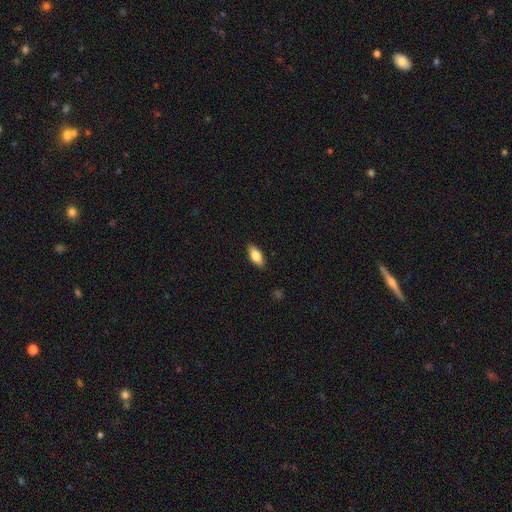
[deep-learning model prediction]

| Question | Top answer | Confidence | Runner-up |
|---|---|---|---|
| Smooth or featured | smooth | 82% | featured or disk (12%) |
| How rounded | in between | 87% | cigar-shaped (11%) |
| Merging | none | 89% | minor disturbance (8%) |